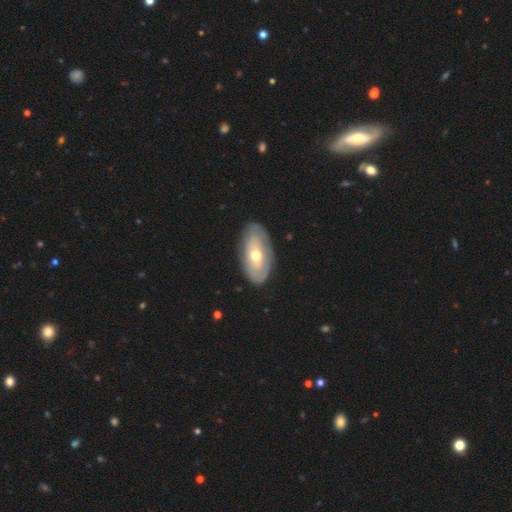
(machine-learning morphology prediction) A featured or disk galaxy (59%) with no bar (80%), no spiral arms (54%) and a moderate central bulge (68%). Merging: none (79%).